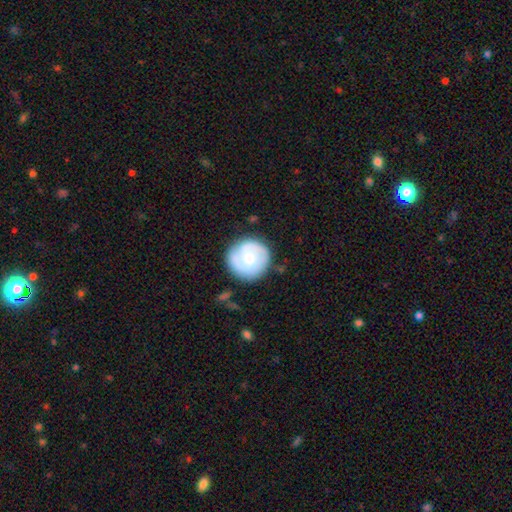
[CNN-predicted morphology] Smooth or featured: smooth — 49% (featured or disk — 45%)
Merging: none — 78% (minor disturbance — 15%)